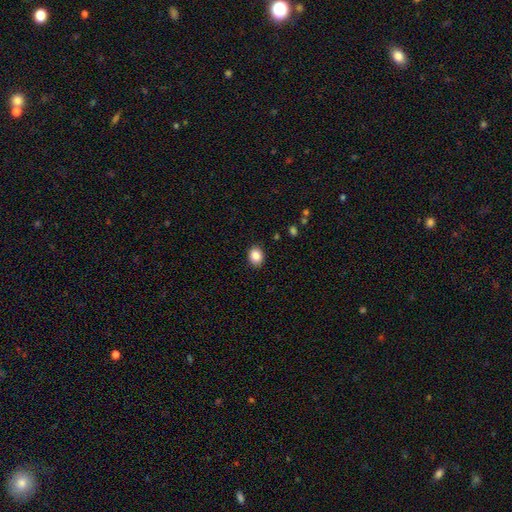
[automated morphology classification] smooth-or-featured: smooth: 86% | star or artifact: 9% | featured or disk: 5%
  how-rounded: round: 55% | in between: 44% | cigar-shaped: 1%
  merging: none: 90% | minor disturbance: 7% | major disturbance: 2% | merger: 1%